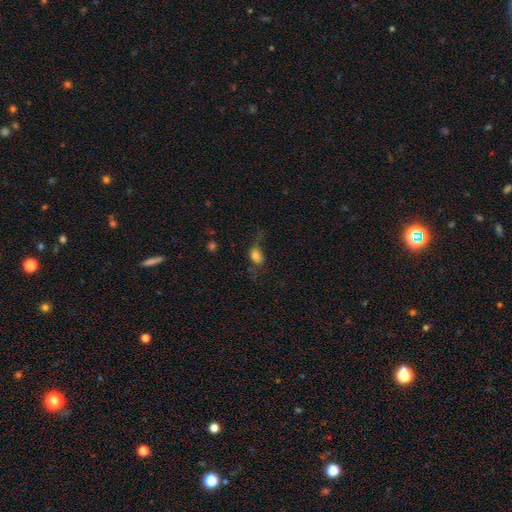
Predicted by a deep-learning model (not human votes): Morphology: type=smooth (73%); roundness=in between (71%); merging=none (37%).